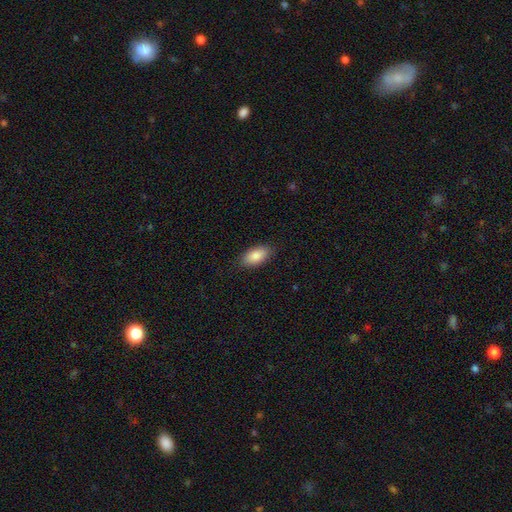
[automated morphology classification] smooth 87%, star or artifact 7%, featured or disk 7%. Down the decision tree: how rounded — in between (93%); merging — none (87%).